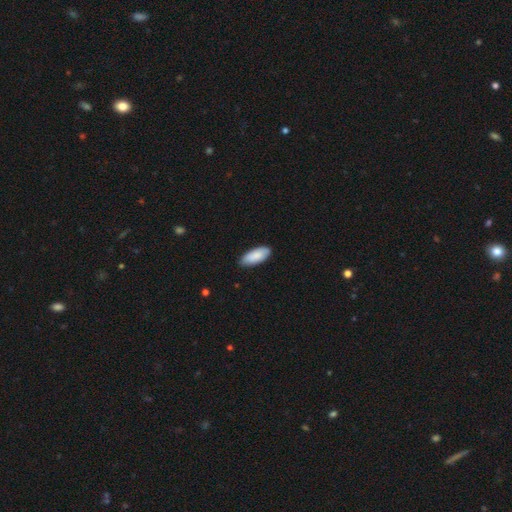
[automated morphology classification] This appears to be a smooth galaxy with no disk features (87%) that is in between round and cigar-shaped (85%). Merging: none (85%).